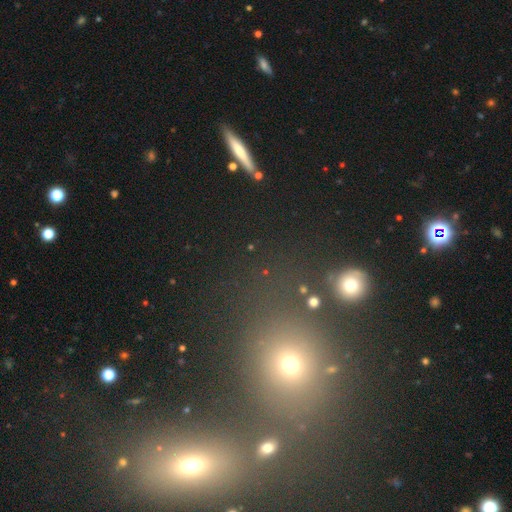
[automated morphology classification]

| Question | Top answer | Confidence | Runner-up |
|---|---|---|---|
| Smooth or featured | star or artifact | 46% | smooth (40%) |